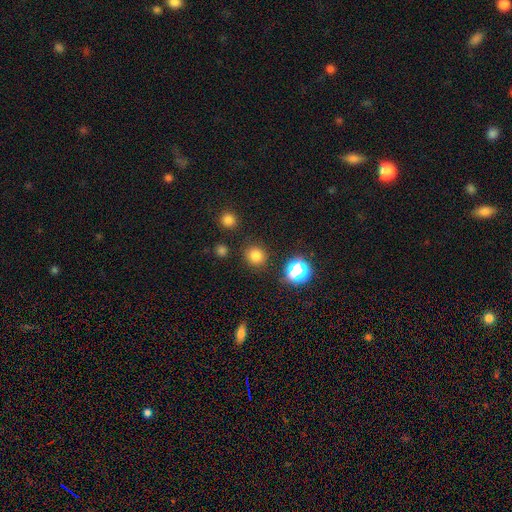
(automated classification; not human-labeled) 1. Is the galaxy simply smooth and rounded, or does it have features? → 77% smooth, 18% star or artifact, 5% featured or disk.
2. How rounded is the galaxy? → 90% round, 9% in between, 1% cigar-shaped.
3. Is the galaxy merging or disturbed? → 88% none, 7% minor disturbance, 3% major disturbance, 3% merger.